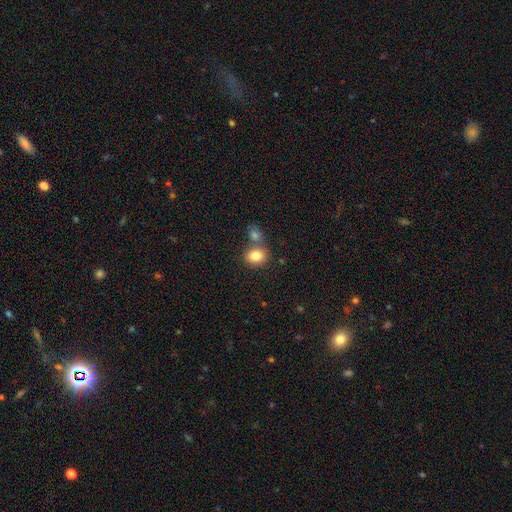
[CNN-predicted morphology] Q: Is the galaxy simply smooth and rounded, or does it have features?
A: smooth — 83%.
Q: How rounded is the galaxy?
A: round — 57%.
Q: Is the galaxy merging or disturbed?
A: none — 56%.